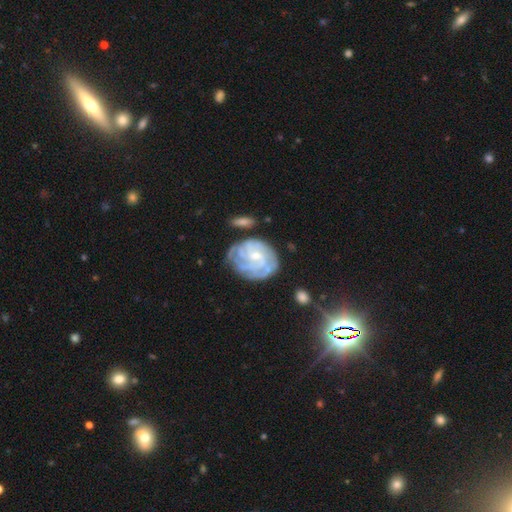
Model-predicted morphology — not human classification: smooth_or_featured: featured or disk (p=0.82) [alt: smooth p=0.12]
disk_edge_on: no (p=0.98) [alt: yes p=0.02]
bar: no (p=0.61) [alt: weak p=0.33]
has_spiral_arms: yes (p=0.92) [alt: no p=0.08]
spiral_winding: tight (p=0.69) [alt: medium p=0.24]
spiral_arm_count: can't tell (p=0.40) [alt: 4 p=0.18]
bulge_size: small (p=0.67) [alt: moderate p=0.25]
merging: none (p=0.61) [alt: minor disturbance p=0.23]